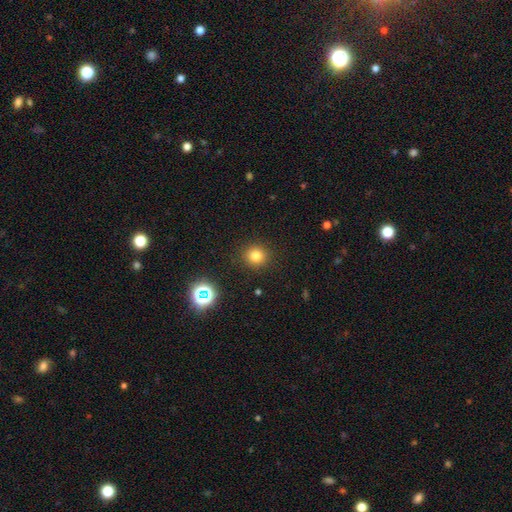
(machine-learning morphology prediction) smooth_or_featured: smooth (p=0.79) [alt: star or artifact p=0.15]
how_rounded: round (p=0.91) [alt: in between p=0.08]
merging: none (p=0.90) [alt: minor disturbance p=0.06]